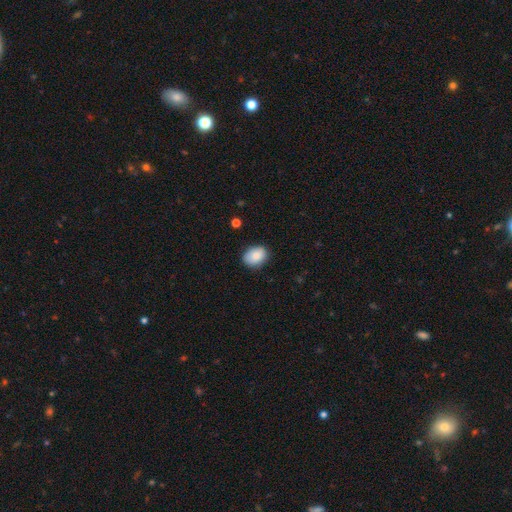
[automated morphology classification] Smooth or featured? smooth (87%)
How rounded? in between (73%)
Merging? none (81%)